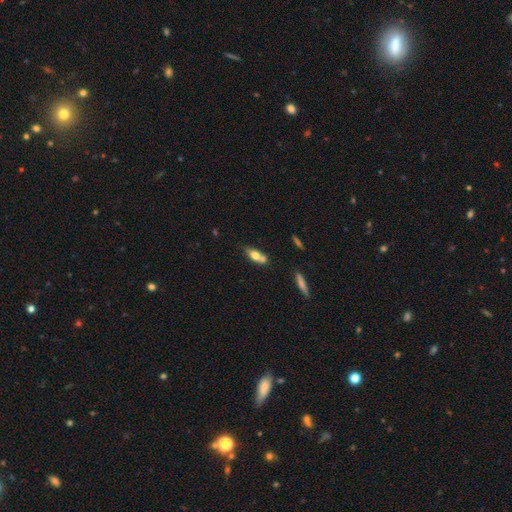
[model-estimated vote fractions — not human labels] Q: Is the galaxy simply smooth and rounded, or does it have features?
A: smooth — 64%.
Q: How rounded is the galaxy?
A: in between — 68%.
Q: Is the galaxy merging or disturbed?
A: none — 46%.